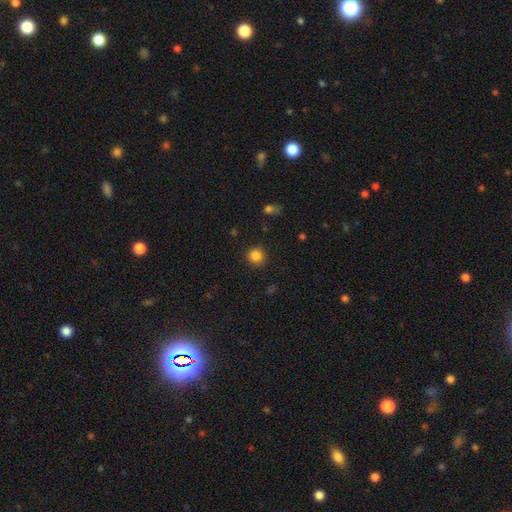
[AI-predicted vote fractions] Smooth or featured: smooth — 85% (star or artifact — 11%)
How rounded: round — 92% (in between — 7%)
Merging: none — 89% (minor disturbance — 7%)